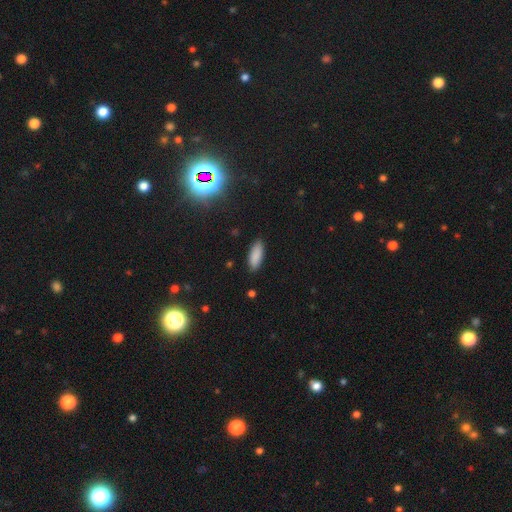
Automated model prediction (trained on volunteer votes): smooth-or-featured: smooth: 88% | star or artifact: 7% | featured or disk: 5%
  how-rounded: in between: 76% | cigar-shaped: 22% | round: 2%
  merging: none: 87% | minor disturbance: 10% | major disturbance: 2% | merger: 1%